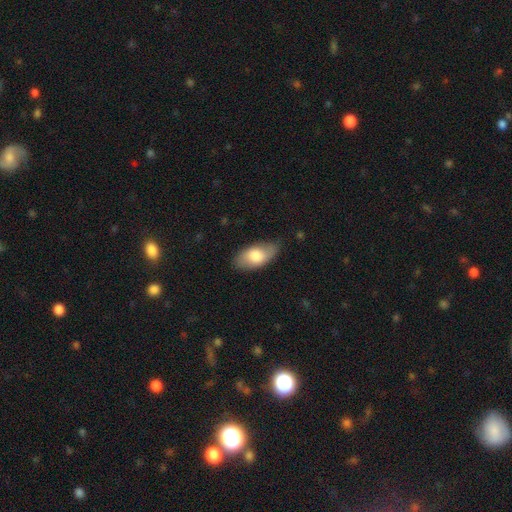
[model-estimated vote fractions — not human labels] Q: Smooth or featured?
A: smooth (74%); runner-up: featured or disk (20%)
Q: How rounded?
A: in between (93%); runner-up: cigar-shaped (4%)
Q: Merging?
A: none (78%); runner-up: minor disturbance (18%)